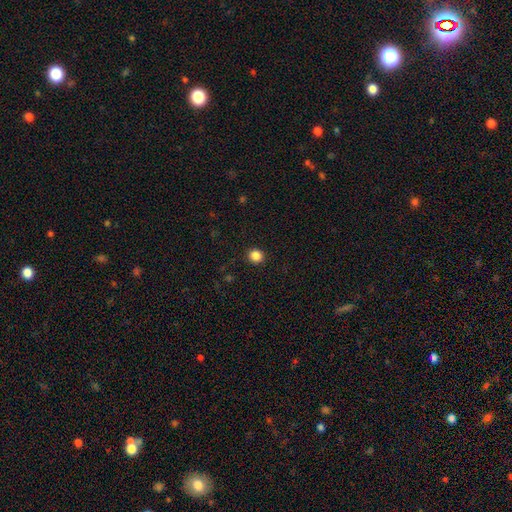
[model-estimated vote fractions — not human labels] smooth_or_featured: smooth (p=0.86) [alt: star or artifact p=0.11]
how_rounded: round (p=0.89) [alt: in between p=0.10]
merging: none (p=0.92) [alt: minor disturbance p=0.05]